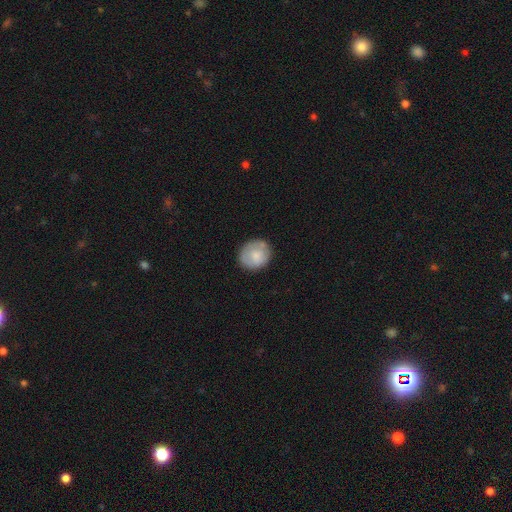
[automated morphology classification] Smooth or featured?
  - smooth: 71% *
  - featured or disk: 23%
  - star or artifact: 7%
How rounded?
  - round: 76% *
  - in between: 23%
  - cigar-shaped: 1%
Merging?
  - none: 76% *
  - minor disturbance: 18%
  - major disturbance: 5%
  - merger: 2%